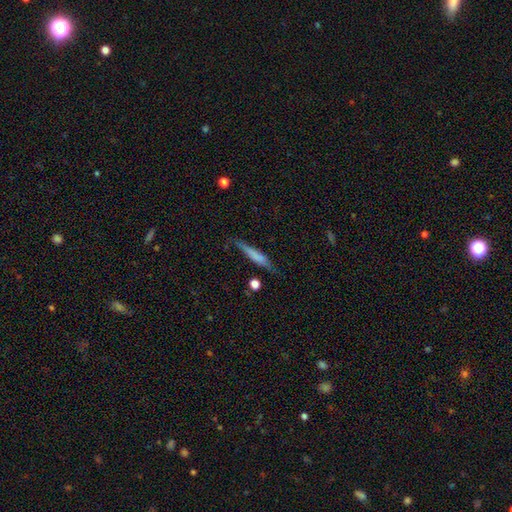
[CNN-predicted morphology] type=smooth (64%); roundness=cigar-shaped (89%); merging=none (66%).